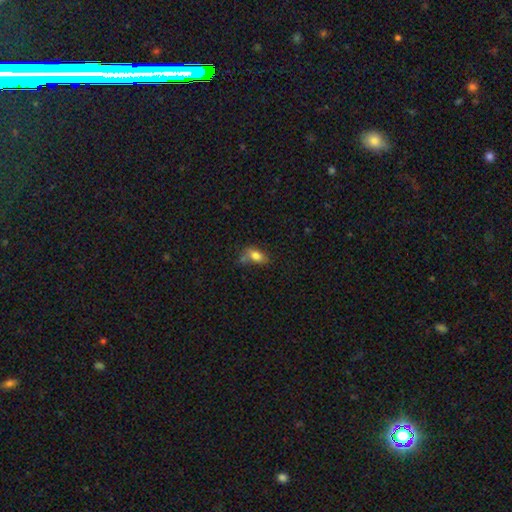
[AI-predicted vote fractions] smooth_or_featured: smooth (p=0.78) [alt: featured or disk p=0.12]
how_rounded: in between (p=0.83) [alt: round p=0.11]
merging: none (p=0.50) [alt: minor disturbance p=0.26]